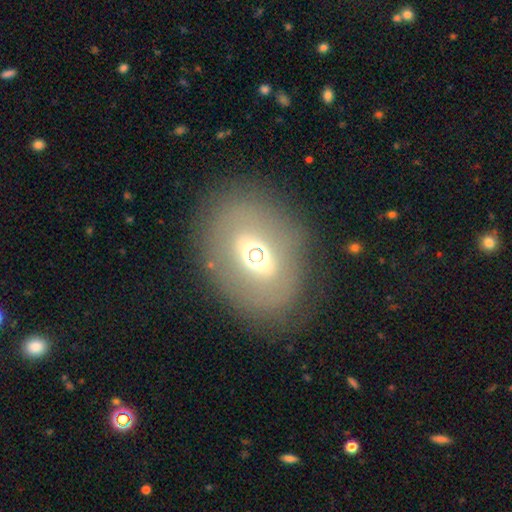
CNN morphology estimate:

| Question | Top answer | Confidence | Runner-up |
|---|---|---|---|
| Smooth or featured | smooth | 51% | featured or disk (33%) |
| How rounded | in between | 52% | round (47%) |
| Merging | none | 78% | minor disturbance (12%) |